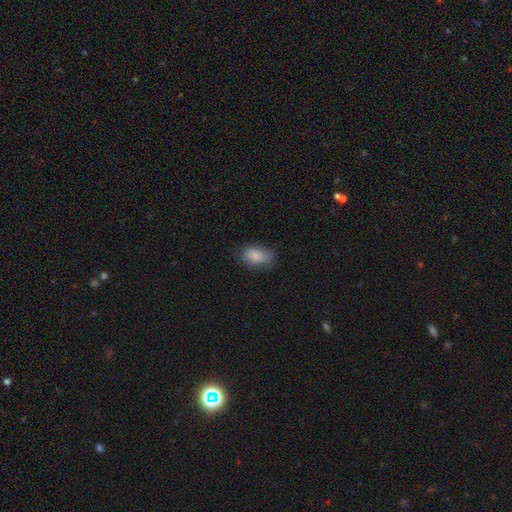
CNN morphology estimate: A smooth galaxy with no disk features (82%) that is in between round and cigar-shaped (89%). Merging: none (61%).